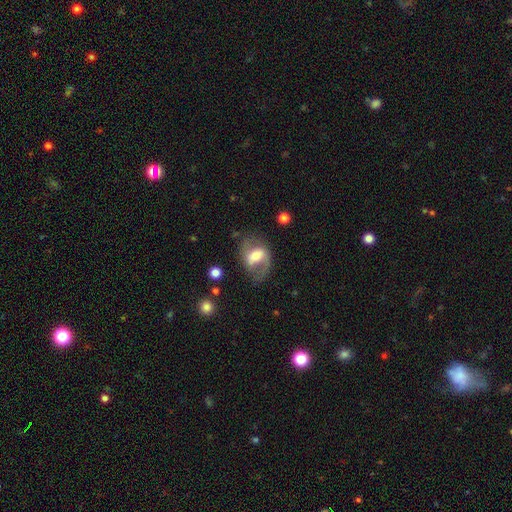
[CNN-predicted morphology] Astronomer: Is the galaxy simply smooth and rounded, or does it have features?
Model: featured or disk — 66%.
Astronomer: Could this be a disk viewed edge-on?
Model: no — 95%.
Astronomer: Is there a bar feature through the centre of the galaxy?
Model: weak — 43% (runner-up: strong, 36%).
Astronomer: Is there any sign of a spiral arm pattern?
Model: yes — 81%.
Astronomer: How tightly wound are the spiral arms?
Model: medium — 48% (runner-up: loose, 35%).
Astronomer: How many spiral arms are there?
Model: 2 — 75%.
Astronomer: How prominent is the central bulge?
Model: moderate — 46% (runner-up: large, 29%).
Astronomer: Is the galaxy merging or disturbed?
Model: none — 58%.